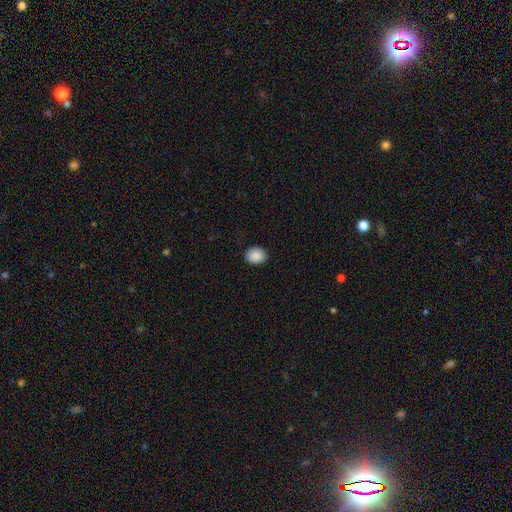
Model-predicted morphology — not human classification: smooth 90%, star or artifact 7%, featured or disk 3%. Down the decision tree: how rounded — round (52%); merging — none (88%).